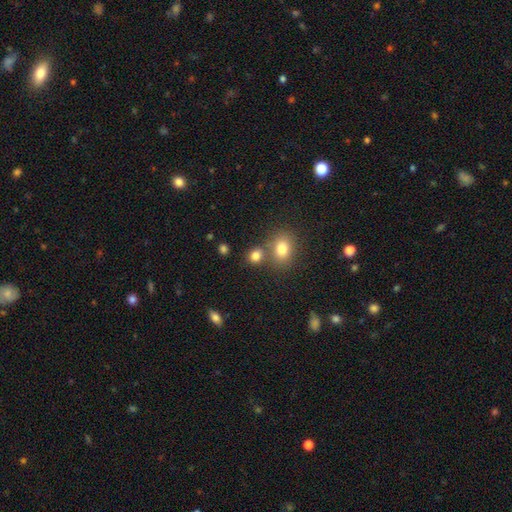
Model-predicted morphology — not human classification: Smooth or featured? smooth (80%)
How rounded? round (63%)
Merging? none (60%)